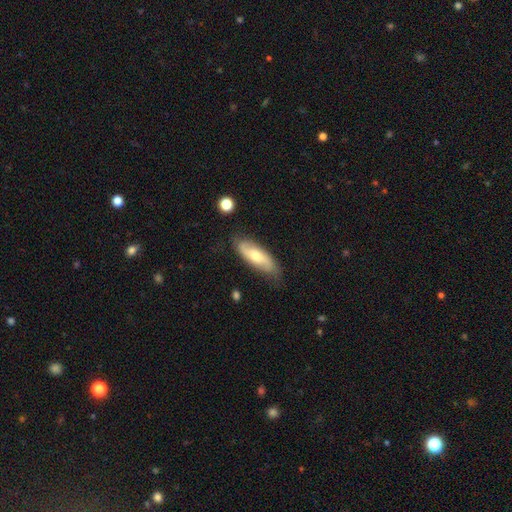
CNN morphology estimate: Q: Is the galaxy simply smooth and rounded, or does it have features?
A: featured or disk — 48%.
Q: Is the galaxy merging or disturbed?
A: none — 73%.